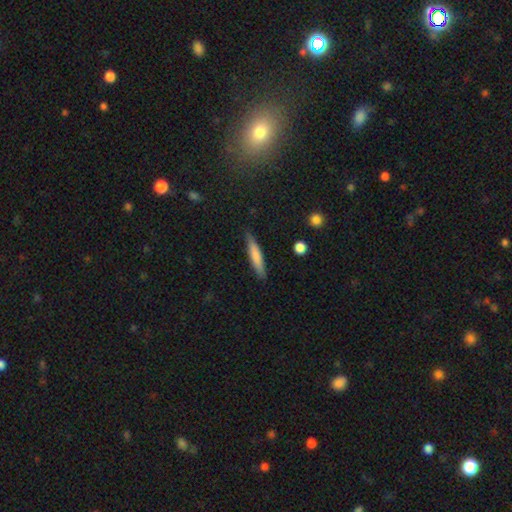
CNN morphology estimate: Smooth or featured?
  - smooth: 75% *
  - featured or disk: 19%
  - star or artifact: 6%
How rounded?
  - cigar-shaped: 88% *
  - in between: 10%
  - round: 1%
Merging?
  - none: 86% *
  - minor disturbance: 10%
  - major disturbance: 2%
  - merger: 1%